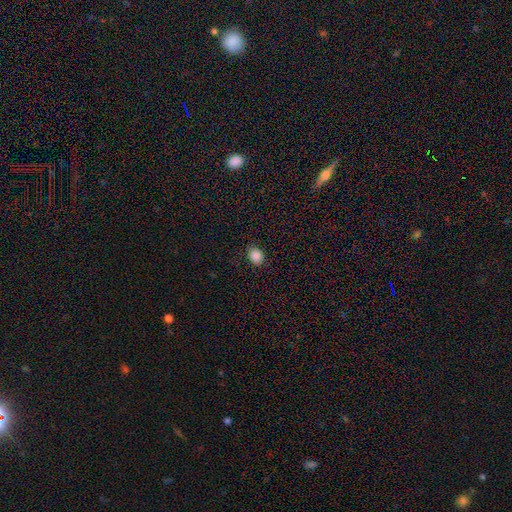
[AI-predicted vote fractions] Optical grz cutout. It shows a smooth galaxy with no disk features (86%) that is in between round and cigar-shaped (55%). Merging: none (86%).